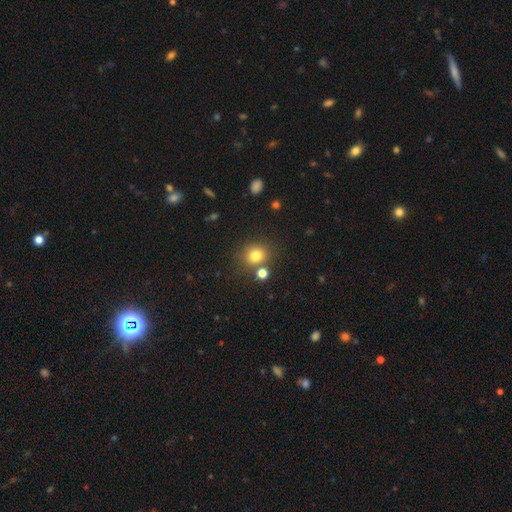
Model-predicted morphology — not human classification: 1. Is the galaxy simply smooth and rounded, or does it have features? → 79% smooth, 14% star or artifact, 8% featured or disk.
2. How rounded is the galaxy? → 76% round, 23% in between, 1% cigar-shaped.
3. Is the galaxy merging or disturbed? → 73% none, 13% merger, 10% minor disturbance, 4% major disturbance.